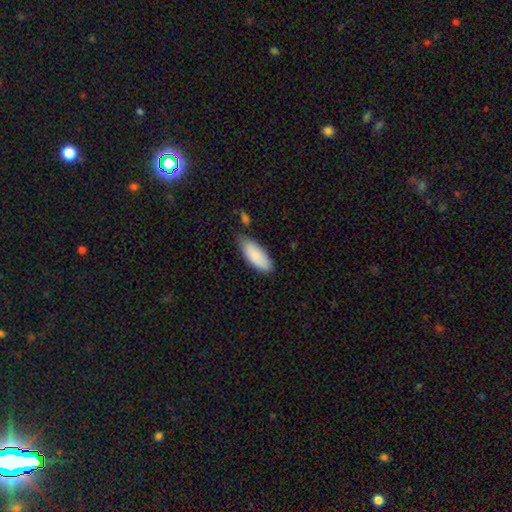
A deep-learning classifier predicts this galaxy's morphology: Q: Smooth or featured?
A: smooth (87%); runner-up: featured or disk (7%)
Q: How rounded?
A: in between (79%); runner-up: cigar-shaped (19%)
Q: Merging?
A: none (65%); runner-up: minor disturbance (25%)